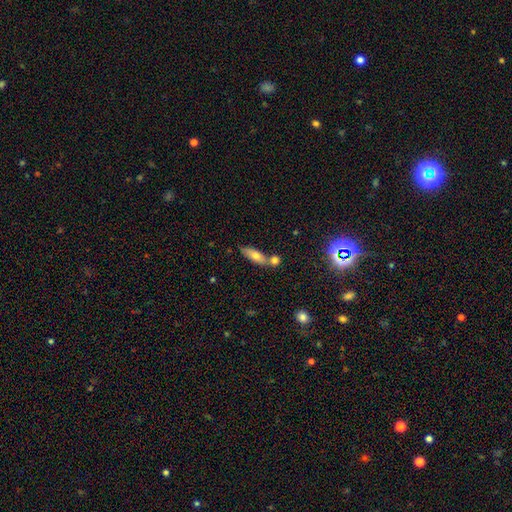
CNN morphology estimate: This appears to be a smooth galaxy with no disk features (69%) that is in between round and cigar-shaped (55%). Merging: none (56%).